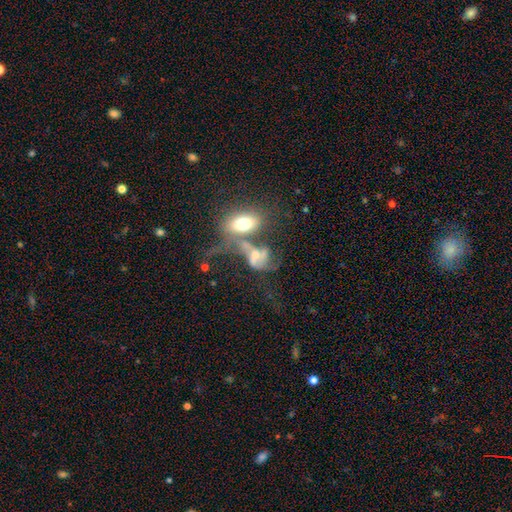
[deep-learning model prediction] Morphology: type=featured or disk (51%); edge-on=no (92%); merging=merger (58%).